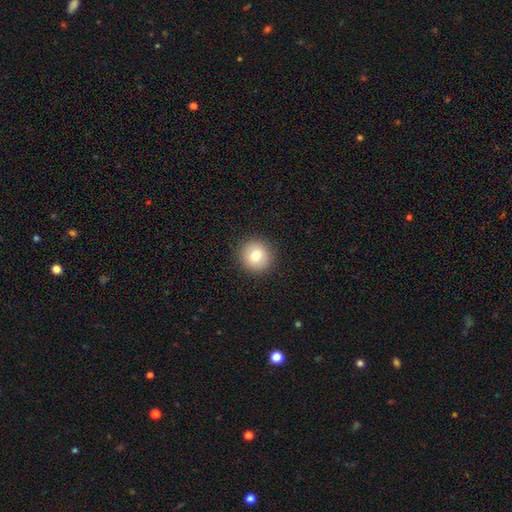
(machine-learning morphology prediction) Overall: smooth (77%). How rounded: round (93%). Merging: none (91%).